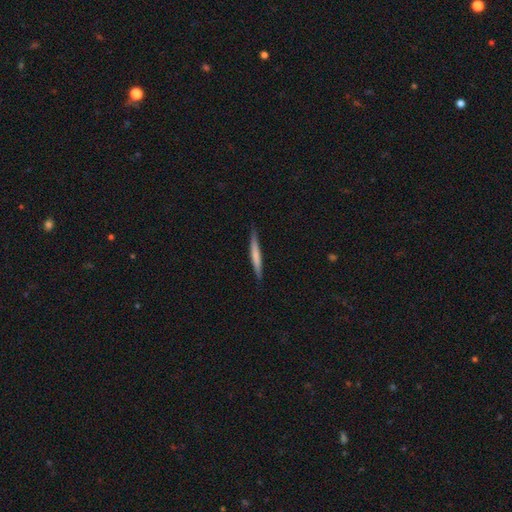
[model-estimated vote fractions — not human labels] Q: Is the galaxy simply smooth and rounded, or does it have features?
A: smooth — 63%.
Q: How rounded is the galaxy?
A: cigar-shaped — 96%.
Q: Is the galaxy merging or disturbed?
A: none — 88%.